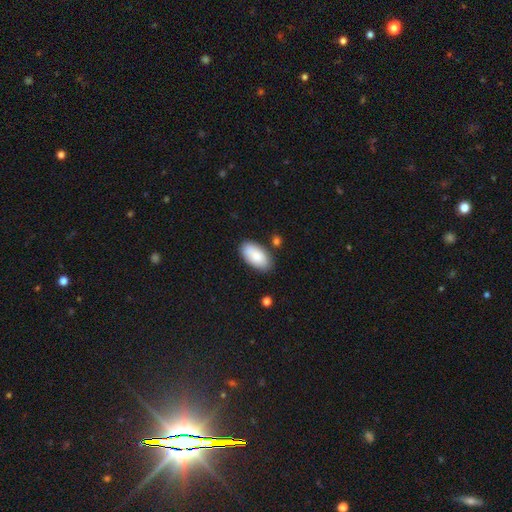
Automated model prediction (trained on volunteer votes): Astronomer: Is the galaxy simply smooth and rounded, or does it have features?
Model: smooth — 83%.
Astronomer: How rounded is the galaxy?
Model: in between — 95%.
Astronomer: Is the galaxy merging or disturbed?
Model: none — 78%.